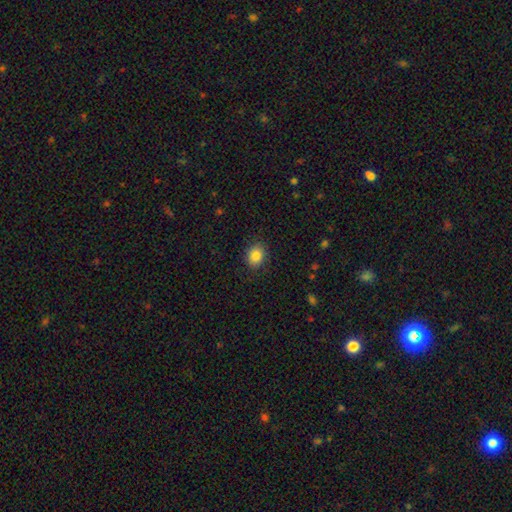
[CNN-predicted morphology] smooth-or-featured: smooth: 85% | star or artifact: 9% | featured or disk: 6%
  how-rounded: round: 58% | in between: 41% | cigar-shaped: 1%
  merging: none: 88% | minor disturbance: 9% | major disturbance: 3% | merger: 1%